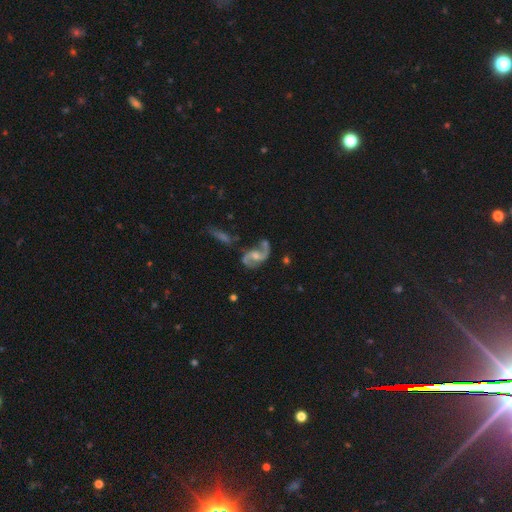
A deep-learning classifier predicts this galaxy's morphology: smooth_or_featured: featured or disk (p=0.88) [alt: smooth p=0.07]
disk_edge_on: no (p=0.97) [alt: yes p=0.03]
bar: no (p=0.51) [alt: weak p=0.39]
has_spiral_arms: yes (p=0.96) [alt: no p=0.04]
spiral_winding: loose (p=0.59) [alt: medium p=0.34]
spiral_arm_count: 2 (p=0.92) [alt: 1 p=0.03]
bulge_size: moderate (p=0.55) [alt: small p=0.33]
merging: none (p=0.61) [alt: minor disturbance p=0.18]